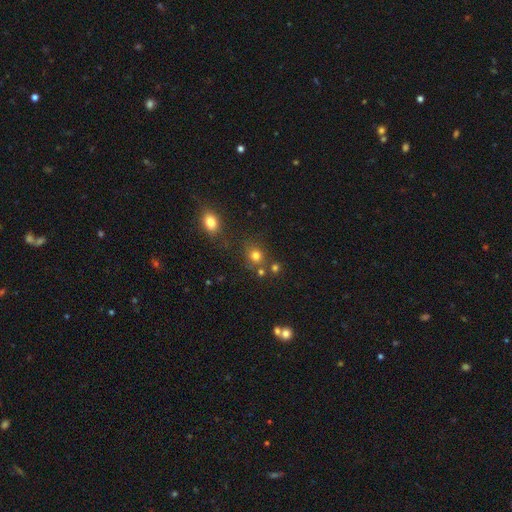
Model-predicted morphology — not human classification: Smooth or featured? smooth (75%)
How rounded? round (79%)
Merging? none (70%)